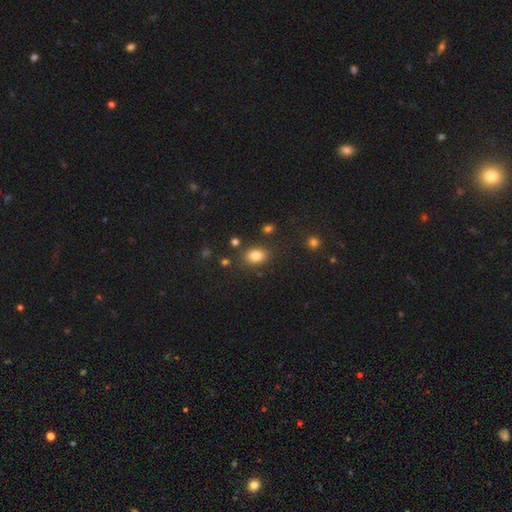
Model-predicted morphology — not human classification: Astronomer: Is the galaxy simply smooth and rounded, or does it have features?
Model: smooth — 82%.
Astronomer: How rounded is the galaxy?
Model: in between — 68%.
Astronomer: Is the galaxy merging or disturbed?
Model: none — 81%.